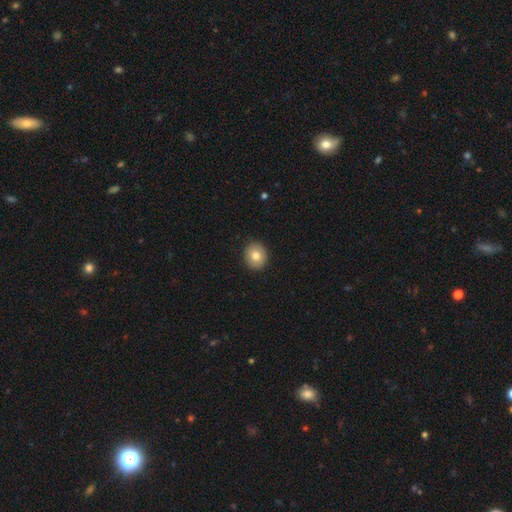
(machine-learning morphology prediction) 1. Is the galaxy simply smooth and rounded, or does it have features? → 79% smooth, 12% featured or disk, 9% star or artifact.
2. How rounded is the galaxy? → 80% round, 19% in between, 1% cigar-shaped.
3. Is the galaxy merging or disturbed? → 92% none, 6% minor disturbance, 2% major disturbance, 1% merger.